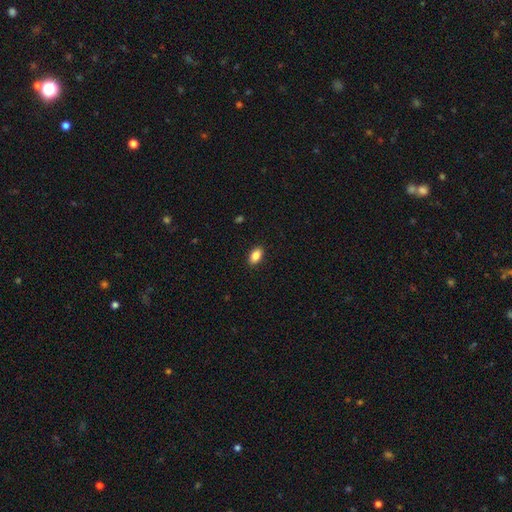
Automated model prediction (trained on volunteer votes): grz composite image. It shows a smooth galaxy with no disk features (86%) that is in between round and cigar-shaped (91%). Merging: none (89%).